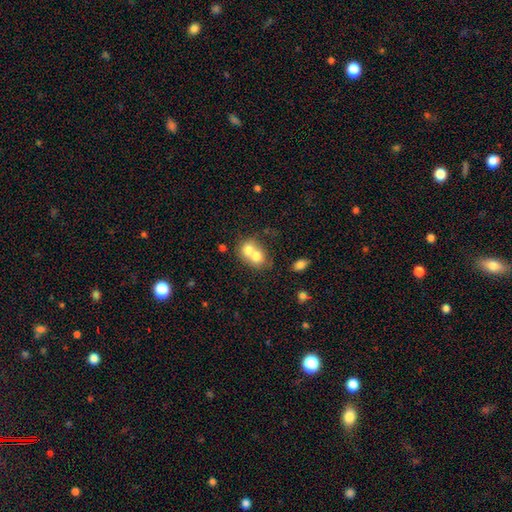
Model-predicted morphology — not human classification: smooth 70%, featured or disk 22%, star or artifact 9%. Down the decision tree: how rounded — round (63%); merging — merger (73%).